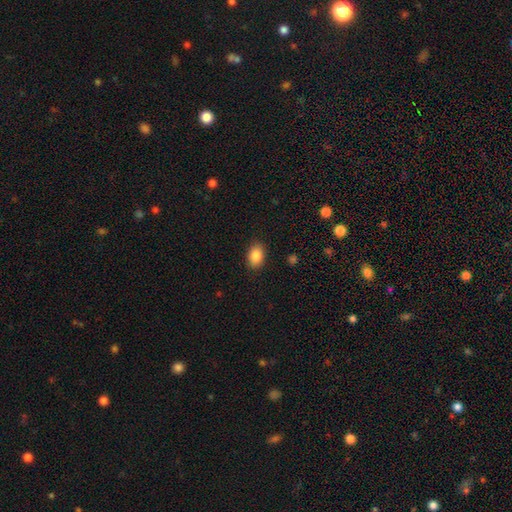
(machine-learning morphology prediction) smooth_or_featured: smooth (p=0.88) [alt: star or artifact p=0.08]
how_rounded: in between (p=0.82) [alt: round p=0.17]
merging: none (p=0.88) [alt: minor disturbance p=0.09]